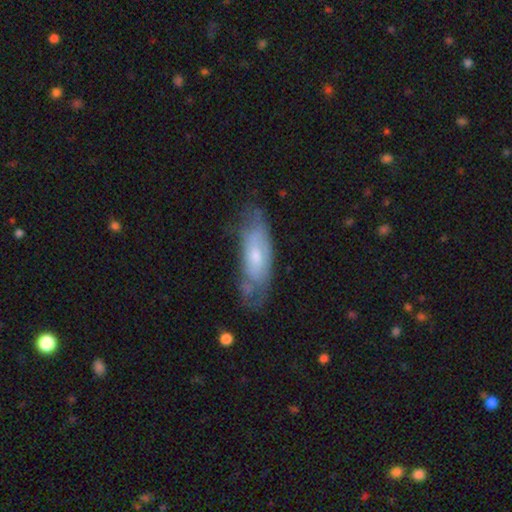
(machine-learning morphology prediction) Overall: featured or disk (53%; smooth 41%). Edge-on disk: no (77%). Merging: none (55%; minor disturbance 29%).